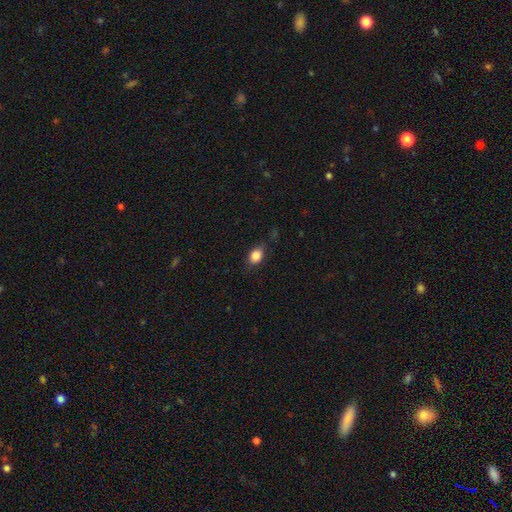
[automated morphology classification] Smooth or featured? Predicted: smooth (p=0.85). How rounded? Predicted: in between (p=0.64). Merging? Predicted: none (p=0.73).